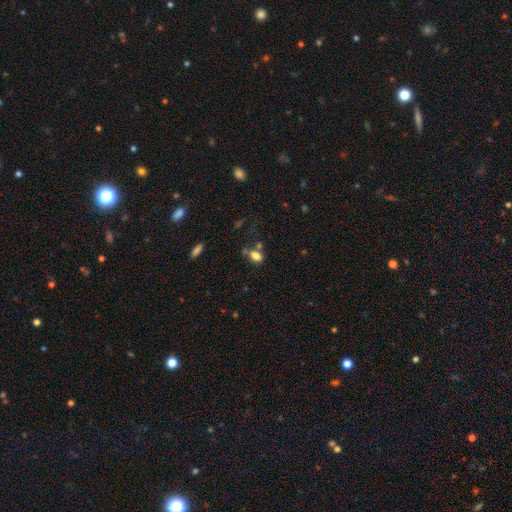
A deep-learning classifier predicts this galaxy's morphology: This appears to be a smooth galaxy with no disk features (79%) that is in between round and cigar-shaped (77%). Merging: none (53%).